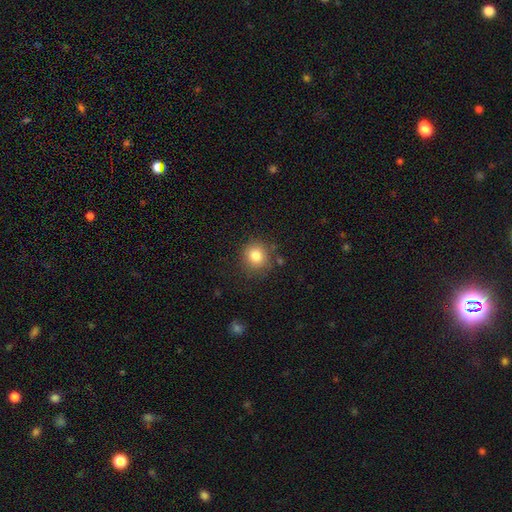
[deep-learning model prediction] Morphology: type=smooth (83%); roundness=round (87%); merging=none (82%).